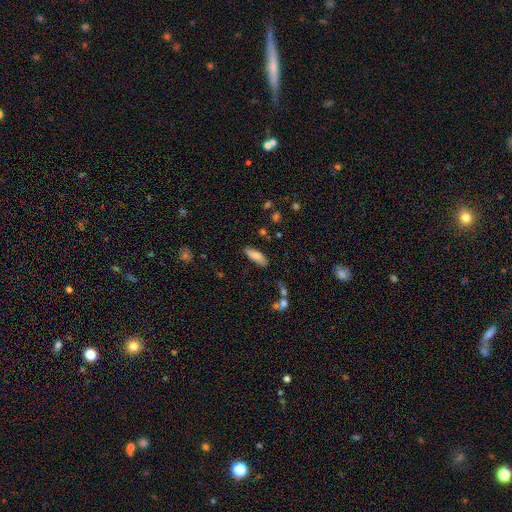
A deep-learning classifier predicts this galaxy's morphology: Overall: smooth (77%). How rounded: in between (61%; cigar-shaped 37%). Merging: none (78%).